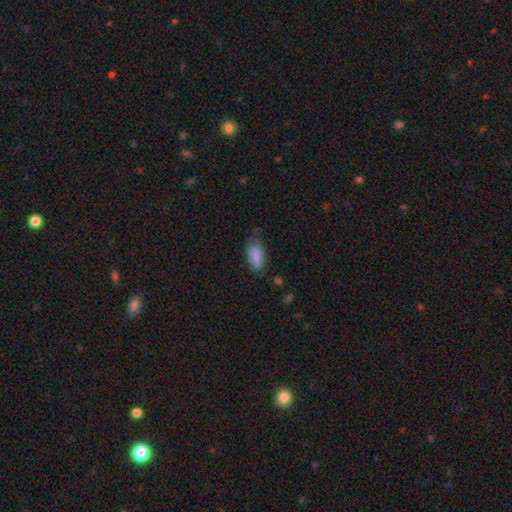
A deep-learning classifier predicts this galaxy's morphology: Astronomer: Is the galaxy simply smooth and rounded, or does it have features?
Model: smooth — 86%.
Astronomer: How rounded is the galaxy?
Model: in between — 89%.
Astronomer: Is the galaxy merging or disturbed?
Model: none — 57%.